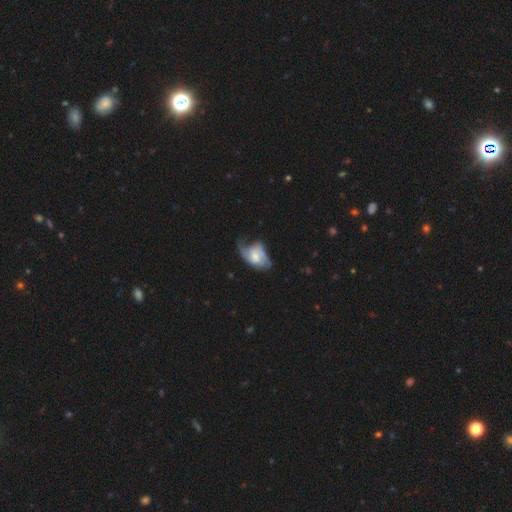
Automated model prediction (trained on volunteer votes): Morphology: type=featured or disk (68%); edge-on=no (96%); bar=no (52%); spiral arms=yes (87%); winding=loose (42%); arm count=2 (61%); bulge=moderate (42%); merging=none (36%).